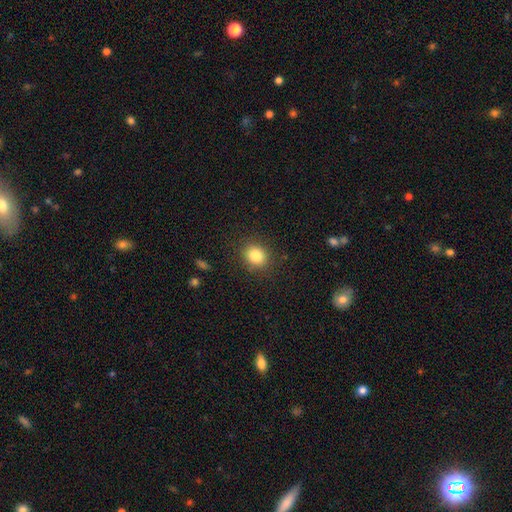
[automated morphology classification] Smooth or featured? smooth (83%)
How rounded? round (72%)
Merging? none (88%)